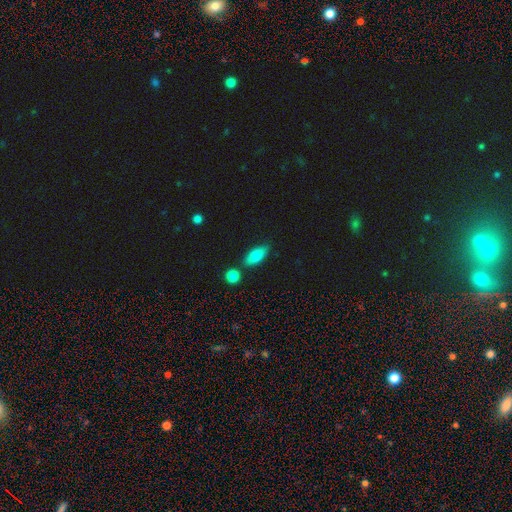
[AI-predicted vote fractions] Overall: smooth (78%). How rounded: in between (78%). Merging: none (74%).